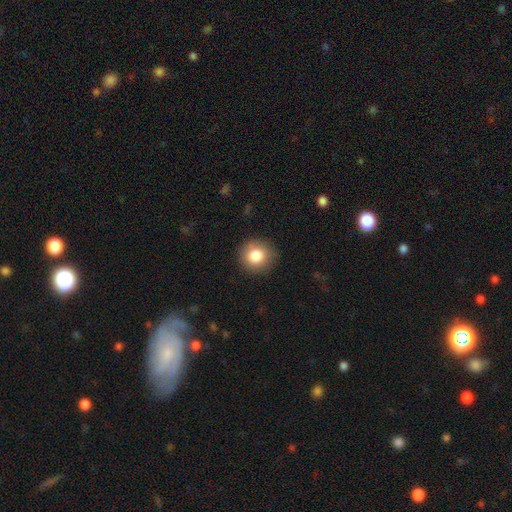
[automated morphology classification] A smooth galaxy with no disk features (83%) that is round (91%). Merging: none (87%).